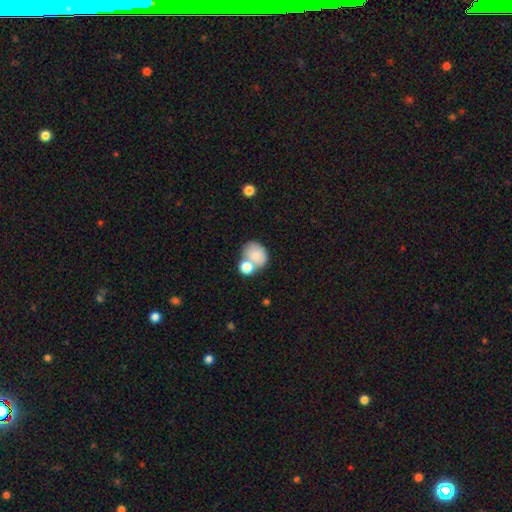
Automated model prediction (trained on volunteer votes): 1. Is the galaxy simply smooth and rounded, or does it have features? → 78% smooth, 13% featured or disk, 9% star or artifact.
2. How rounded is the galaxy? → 57% round, 42% in between, 1% cigar-shaped.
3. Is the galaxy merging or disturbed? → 43% none, 39% merger, 13% minor disturbance, 5% major disturbance.